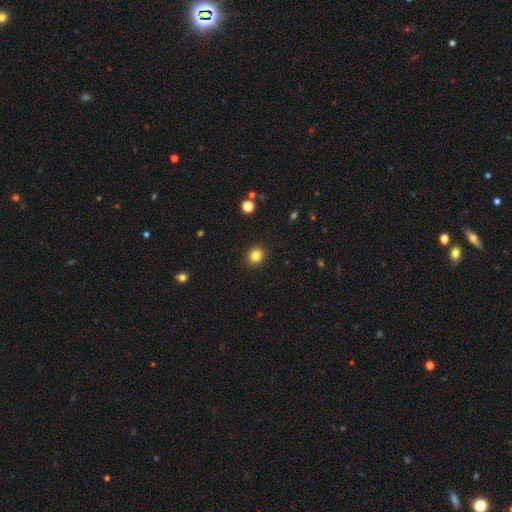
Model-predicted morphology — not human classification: A smooth galaxy with no disk features (83%) that is round (82%). Merging: none (92%).